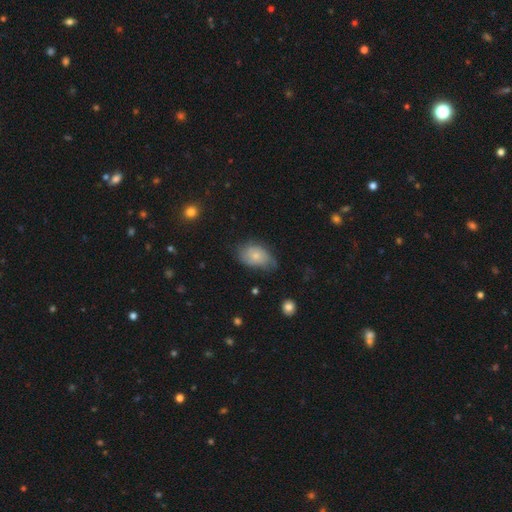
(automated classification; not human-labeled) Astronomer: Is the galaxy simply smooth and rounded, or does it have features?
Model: smooth — 58% (runner-up: featured or disk, 34%).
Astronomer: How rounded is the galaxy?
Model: in between — 83%.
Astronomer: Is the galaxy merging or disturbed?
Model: none — 49% (runner-up: minor disturbance, 36%).